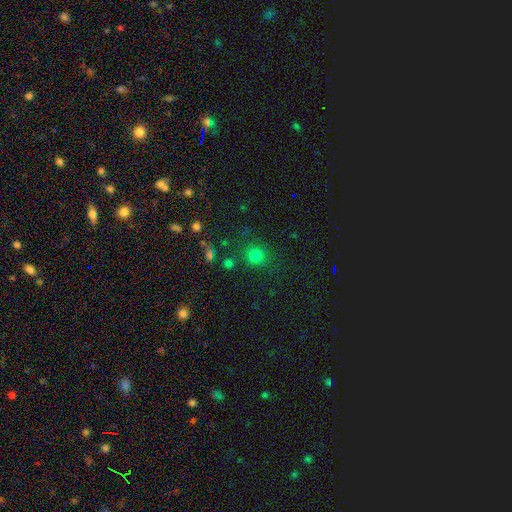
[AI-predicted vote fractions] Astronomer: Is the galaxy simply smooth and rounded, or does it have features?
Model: smooth — 78%.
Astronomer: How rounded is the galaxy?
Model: round — 88%.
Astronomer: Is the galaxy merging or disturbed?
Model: none — 80%.